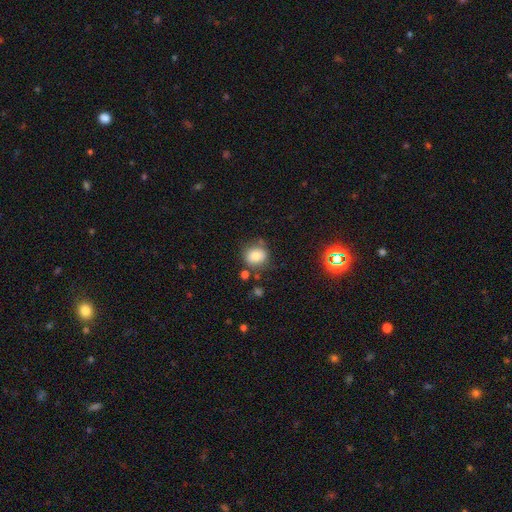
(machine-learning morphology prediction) This is likely a smooth galaxy (78%). How rounded: likely round (76%). Merging: likely none (72%).